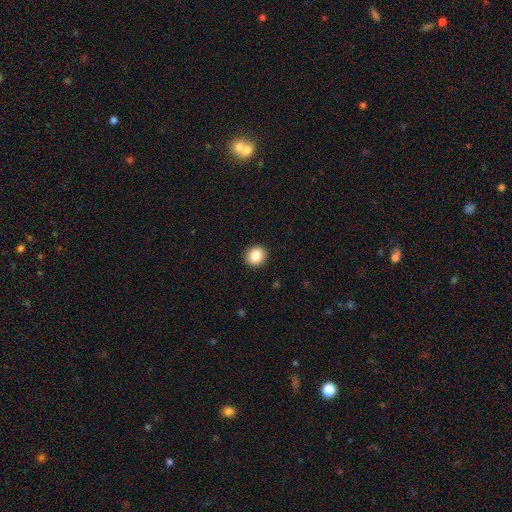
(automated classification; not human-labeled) The model was most divided on "how rounded": round: 85%, in between: 15%, cigar-shaped: 1%. More confident: merging — none (92%); smooth or featured — smooth (85%).